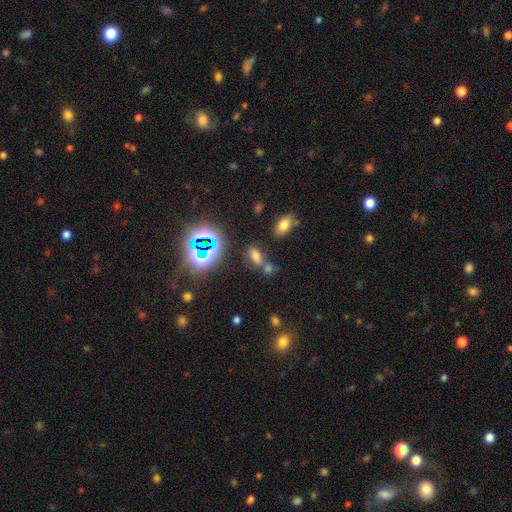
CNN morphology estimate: This is possibly a smooth galaxy (59%). How rounded: clearly in between (86%). Merging: likely none (62%).